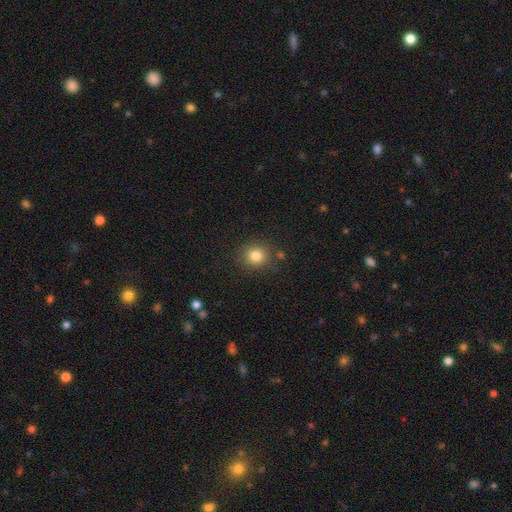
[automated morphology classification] smooth-or-featured: smooth: 82% | star or artifact: 12% | featured or disk: 6%
  how-rounded: round: 88% | in between: 11% | cigar-shaped: 1%
  merging: none: 85% | minor disturbance: 9% | merger: 3% | major disturbance: 3%